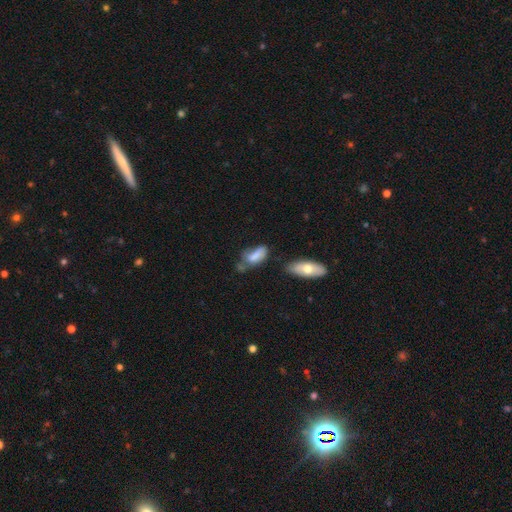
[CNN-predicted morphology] Q: Smooth or featured?
A: smooth (71%); runner-up: featured or disk (20%)
Q: How rounded?
A: in between (86%); runner-up: cigar-shaped (10%)
Q: Merging?
A: none (34%); runner-up: minor disturbance (32%)